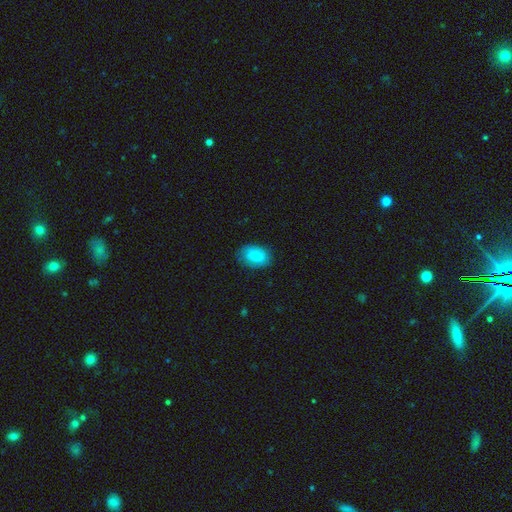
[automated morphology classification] This is clearly a smooth galaxy (84%). How rounded: clearly in between (83%). Merging: likely none (77%).